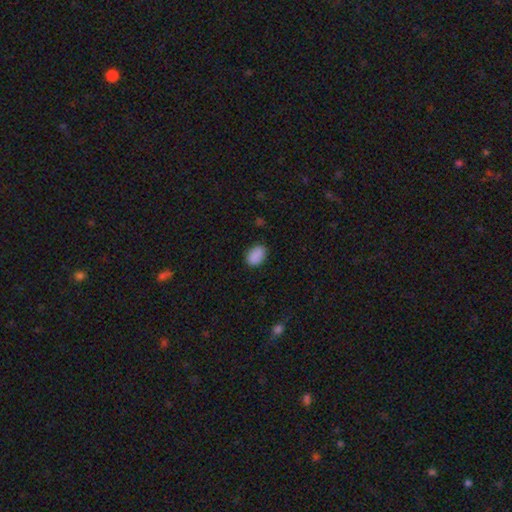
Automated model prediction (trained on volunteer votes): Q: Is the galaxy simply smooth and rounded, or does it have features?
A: smooth — 88%.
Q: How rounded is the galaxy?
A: in between — 81%.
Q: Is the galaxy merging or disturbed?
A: none — 82%.